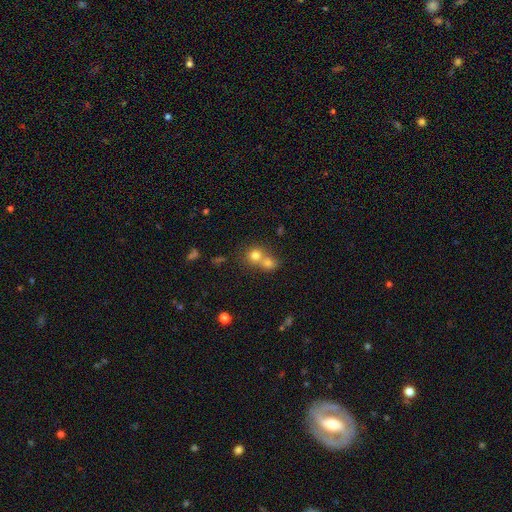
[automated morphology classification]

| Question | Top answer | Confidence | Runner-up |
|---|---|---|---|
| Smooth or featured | smooth | 75% | star or artifact (13%) |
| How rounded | round | 82% | in between (17%) |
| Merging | merger | 58% | none (34%) |